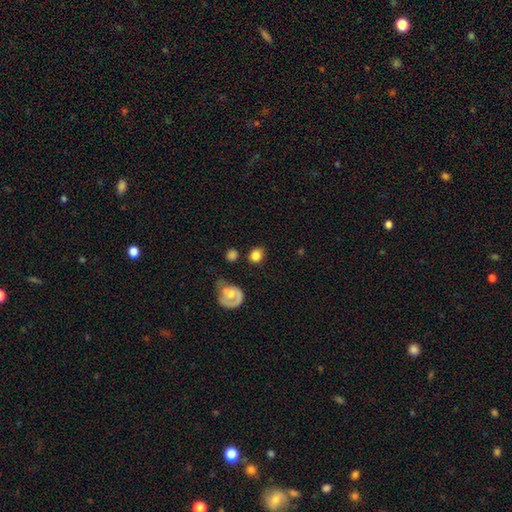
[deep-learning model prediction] Smooth or featured? smooth (80%)
How rounded? round (61%)
Merging? none (71%)